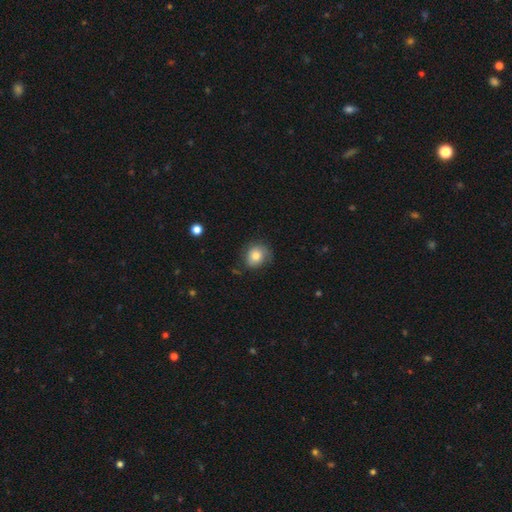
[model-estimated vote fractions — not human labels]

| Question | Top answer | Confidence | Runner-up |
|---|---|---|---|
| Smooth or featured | smooth | 78% | featured or disk (13%) |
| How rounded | round | 70% | in between (29%) |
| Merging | none | 70% | minor disturbance (22%) |